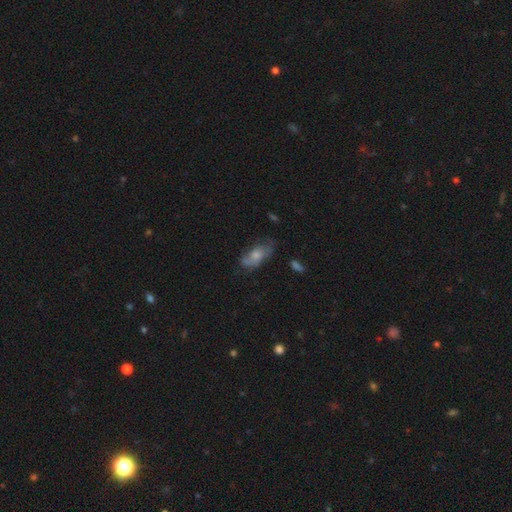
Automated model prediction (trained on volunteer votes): A smooth galaxy with no disk features (61%) that is in between round and cigar-shaped (84%).

Vote fractions:
- Smooth or featured? smooth: 61% / featured or disk: 31% / star or artifact: 8%
- How rounded? in between: 84% / cigar-shaped: 12% / round: 4%
- Merging? none: 51% / minor disturbance: 31% / major disturbance: 14% / merger: 3%